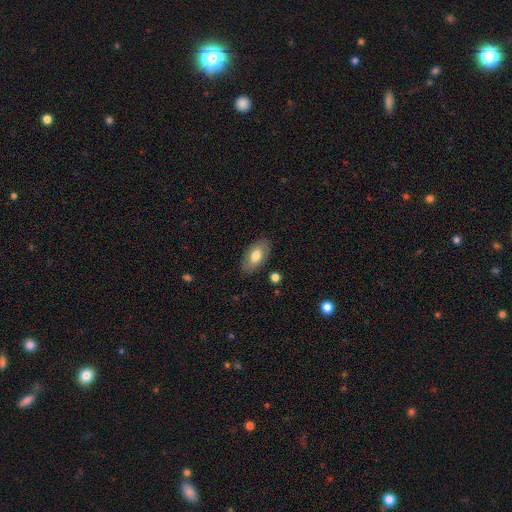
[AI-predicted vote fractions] Smooth or featured? Predicted: smooth (p=0.69). How rounded? Predicted: in between (p=0.93). Merging? Predicted: none (p=0.83).